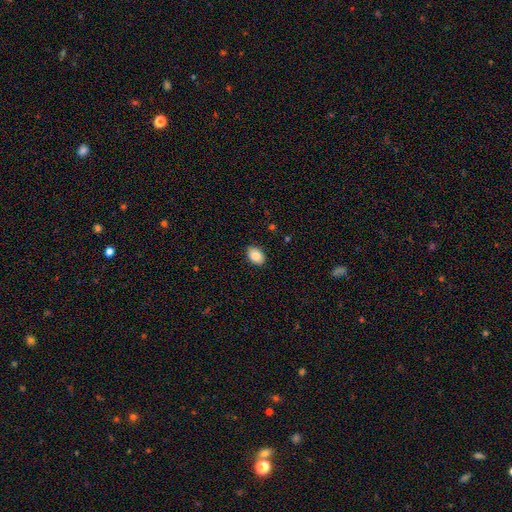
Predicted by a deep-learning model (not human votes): Overall: smooth (87%). How rounded: in between (83%). Merging: none (87%).